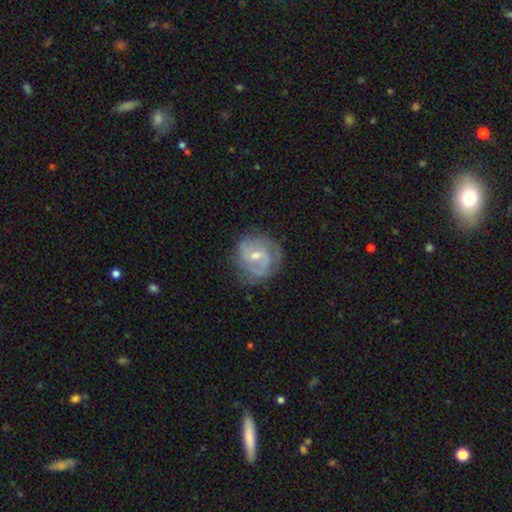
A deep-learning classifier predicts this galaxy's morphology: smooth-or-featured: featured or disk: 76% | smooth: 17% | star or artifact: 6%
  disk-edge-on: no: 97% | yes: 3%
    bar: weak: 51% | no: 36% | strong: 13%
    has-spiral-arms: yes: 90% | no: 10%
      spiral-winding: tight: 44% | medium: 41% | loose: 14%
      spiral-arm-count: 2: 61% | can't tell: 20% | 3: 10% | 1: 5% | 4: 2% | more than 4: 2%
    bulge-size: moderate: 53% | small: 42% | large: 2% | none: 2% | dominant: 1%
  merging: none: 72% | minor disturbance: 20% | major disturbance: 7% | merger: 1%